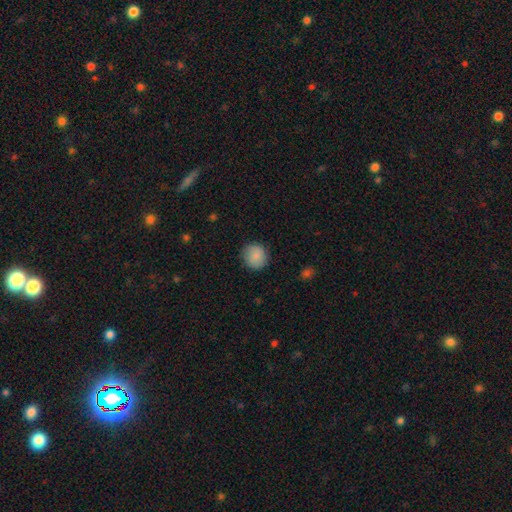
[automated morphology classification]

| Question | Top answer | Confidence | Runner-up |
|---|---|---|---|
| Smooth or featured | smooth | 88% | star or artifact (7%) |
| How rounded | round | 89% | in between (11%) |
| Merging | none | 86% | minor disturbance (10%) |